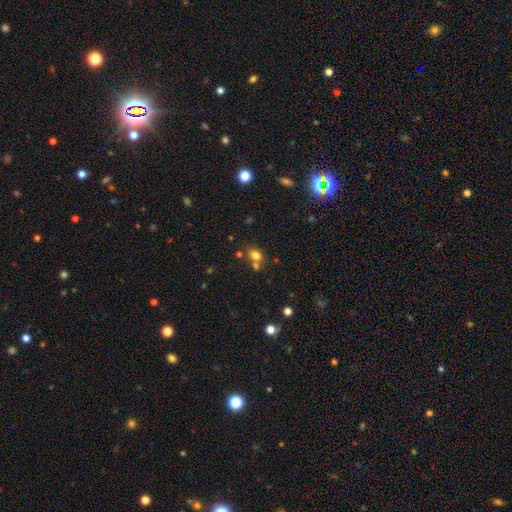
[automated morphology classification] Smooth or featured? Predicted: smooth (p=0.75). How rounded? Predicted: round (p=0.53). Merging? Predicted: none (p=0.50).